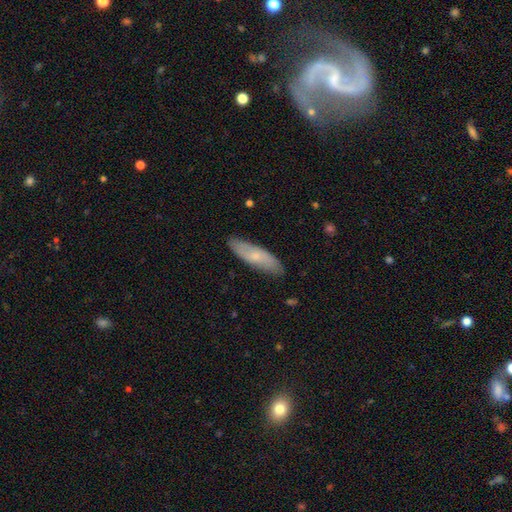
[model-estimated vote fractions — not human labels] Morphology: type=smooth (60%); roundness=cigar-shaped (53%); merging=none (84%).